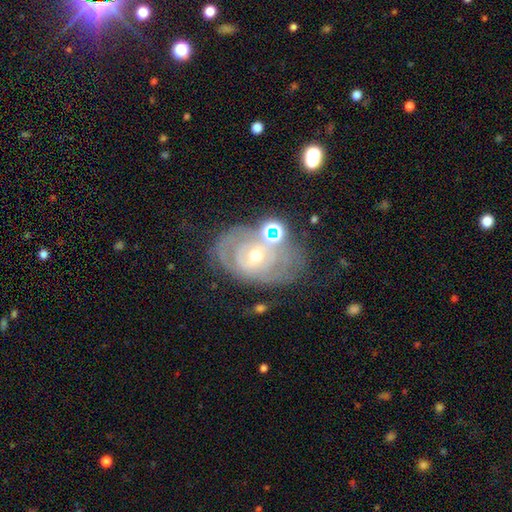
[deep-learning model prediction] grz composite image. It shows a featured or disk galaxy (80%) with no bar (66%), tight (69%) spiral arms (80%) and a moderate central bulge (50%). Merging: none (58%).